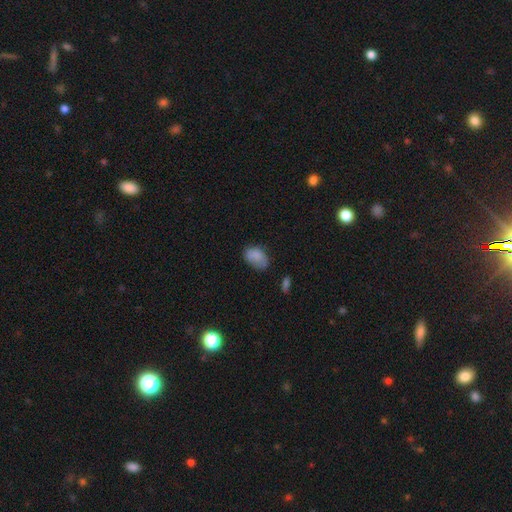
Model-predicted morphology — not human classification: Smooth or featured? Predicted: smooth (p=0.83). How rounded? Predicted: in between (p=0.85). Merging? Predicted: none (p=0.56).